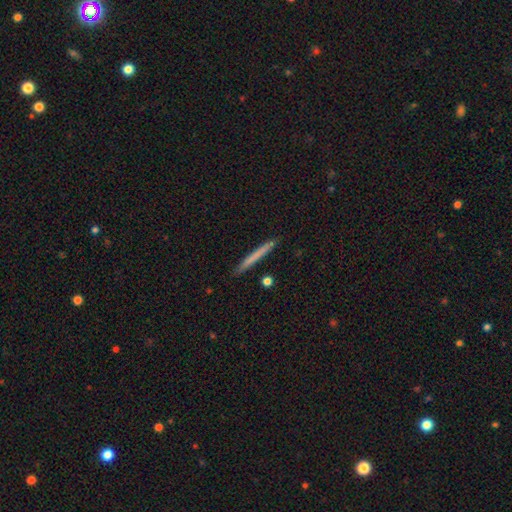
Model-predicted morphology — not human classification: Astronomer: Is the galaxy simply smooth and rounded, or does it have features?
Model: smooth — 65%.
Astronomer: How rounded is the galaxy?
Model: cigar-shaped — 97%.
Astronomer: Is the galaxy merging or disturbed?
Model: none — 91%.